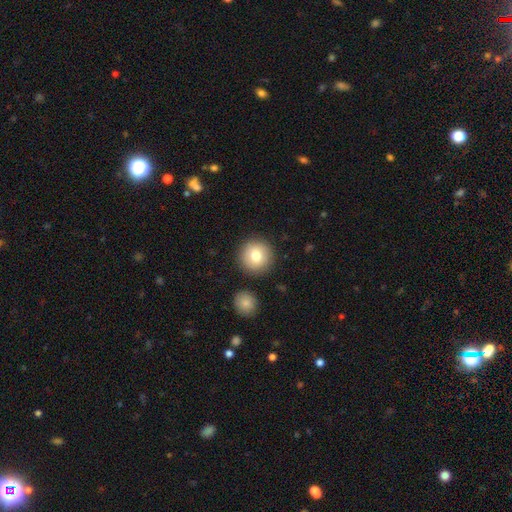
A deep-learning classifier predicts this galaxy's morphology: smooth 79%, featured or disk 12%, star or artifact 9%. Down the decision tree: how rounded — round (95%); merging — none (87%).